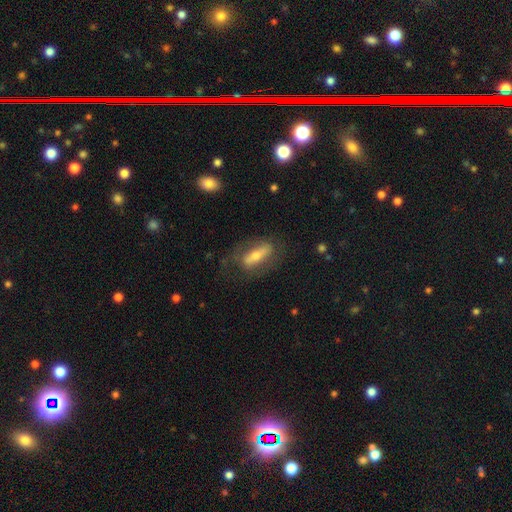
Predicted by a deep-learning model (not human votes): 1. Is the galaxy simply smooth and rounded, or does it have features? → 55% featured or disk, 38% smooth, 8% star or artifact.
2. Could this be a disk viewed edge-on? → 67% no, 33% yes.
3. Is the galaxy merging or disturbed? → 67% none, 18% minor disturbance, 13% major disturbance, 2% merger.